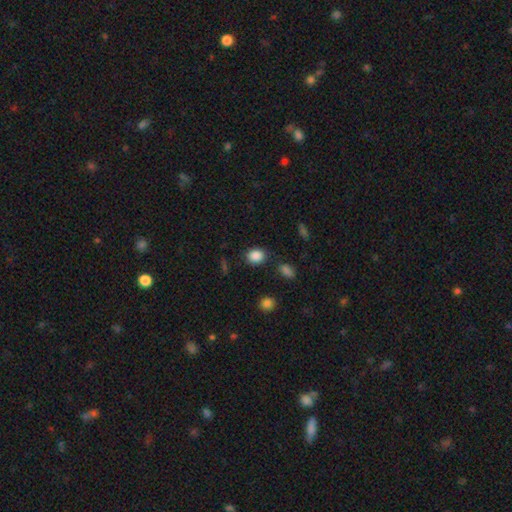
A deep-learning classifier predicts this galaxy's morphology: type=smooth (86%); roundness=round (55%); merging=none (81%).